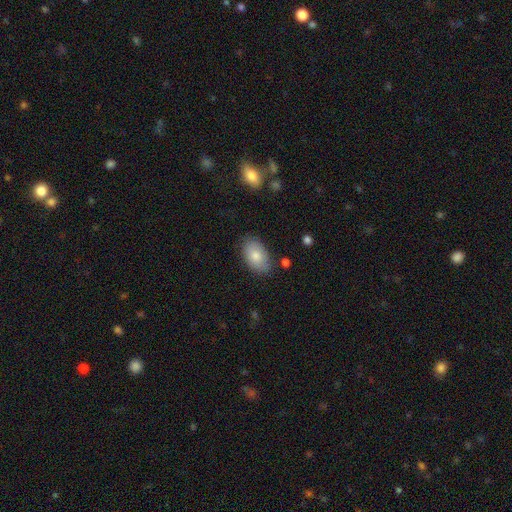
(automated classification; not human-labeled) This is clearly a smooth galaxy (81%). How rounded: clearly in between (93%). Merging: likely none (80%).